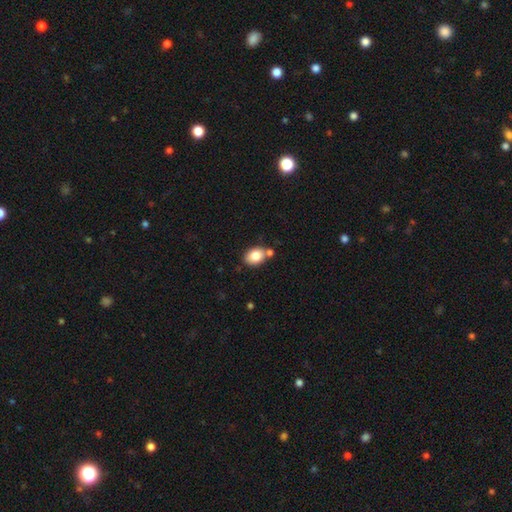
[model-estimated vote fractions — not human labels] smooth 82%, featured or disk 9%, star or artifact 8%. Down the decision tree: how rounded — in between (72%); merging — none (67%).